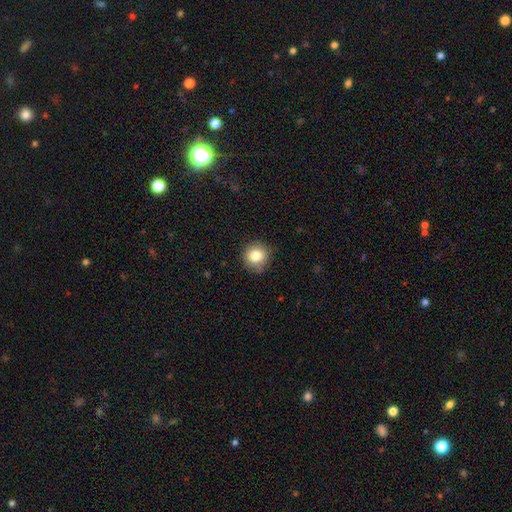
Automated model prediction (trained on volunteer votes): smooth_or_featured: smooth (p=0.82) [alt: star or artifact p=0.10]
how_rounded: round (p=0.92) [alt: in between p=0.07]
merging: none (p=0.85) [alt: minor disturbance p=0.11]